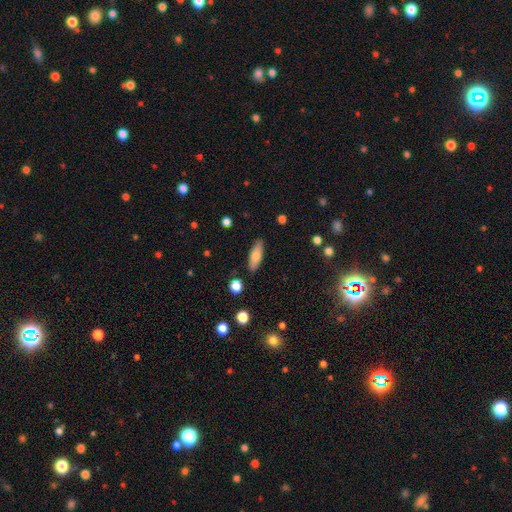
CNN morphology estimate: Overall: smooth (73%). How rounded: in between (60%; cigar-shaped 38%). Merging: none (87%).